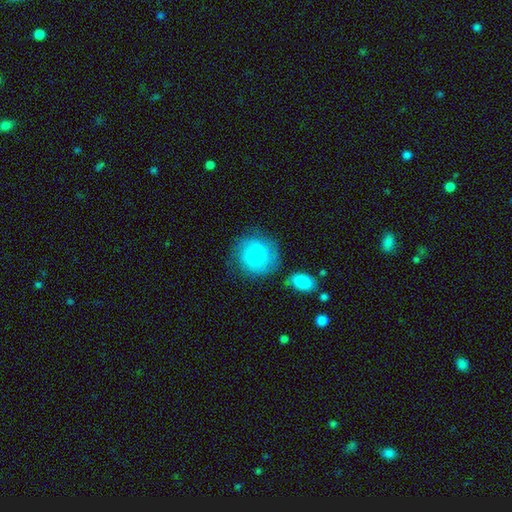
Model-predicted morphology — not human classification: Smooth or featured? Predicted: smooth (p=0.64). How rounded? Predicted: round (p=0.88). Merging? Predicted: none (p=0.71).